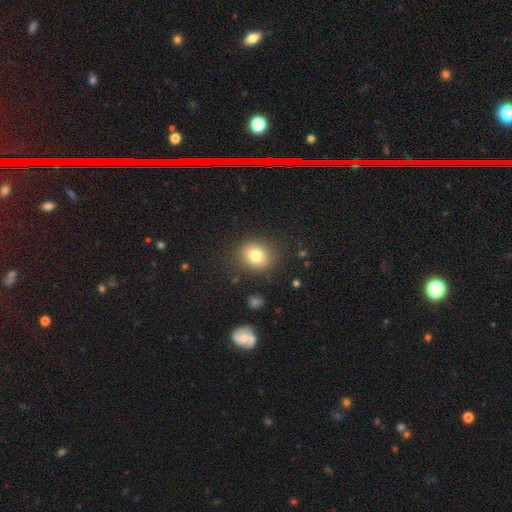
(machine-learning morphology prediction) This is likely a smooth galaxy (78%). How rounded: likely round (74%). Merging: clearly none (86%).